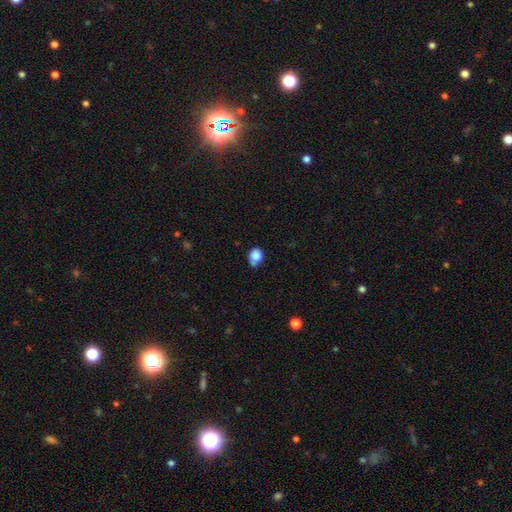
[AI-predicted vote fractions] A smooth galaxy with no disk features (83%) that is round (69%).

Vote fractions:
- Smooth or featured? smooth: 83% / star or artifact: 10% / featured or disk: 6%
- How rounded? round: 69% / in between: 30% / cigar-shaped: 1%
- Merging? none: 56% / minor disturbance: 22% / merger: 16% / major disturbance: 6%